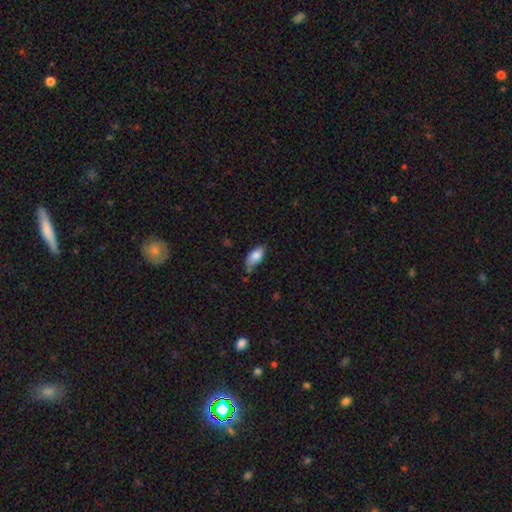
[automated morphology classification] smooth_or_featured: smooth (p=0.83) [alt: featured or disk p=0.10]
how_rounded: in between (p=0.91) [alt: cigar-shaped p=0.07]
merging: none (p=0.59) [alt: minor disturbance p=0.30]